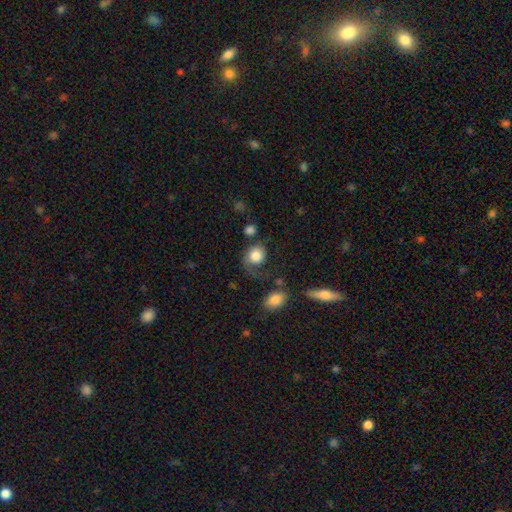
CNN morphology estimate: Smooth or featured: smooth — 71% (featured or disk — 21%)
How rounded: round — 68% (in between — 31%)
Merging: none — 40% (major disturbance — 31%)